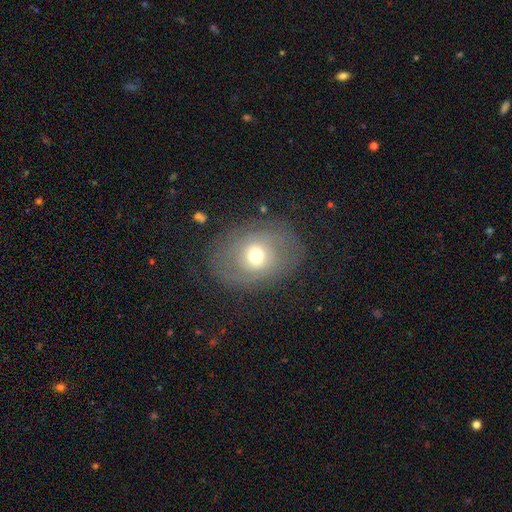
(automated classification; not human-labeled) smooth-or-featured: featured or disk: 46% | smooth: 44% | star or artifact: 10%
  merging: none: 75% | minor disturbance: 14% | major disturbance: 9% | merger: 1%